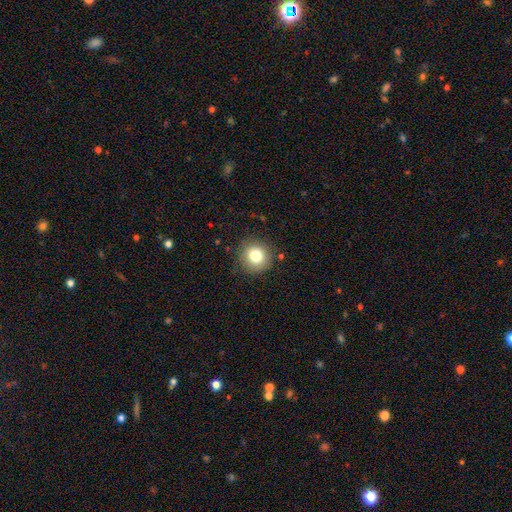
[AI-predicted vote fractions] Overall: smooth (79%). How rounded: round (92%). Merging: none (87%).